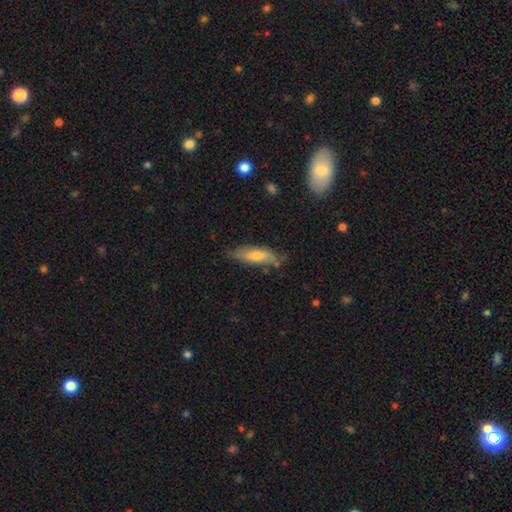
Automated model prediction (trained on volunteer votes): Smooth or featured? Predicted: smooth (p=0.55). How rounded? Predicted: cigar-shaped (p=0.55). Merging? Predicted: none (p=0.69).